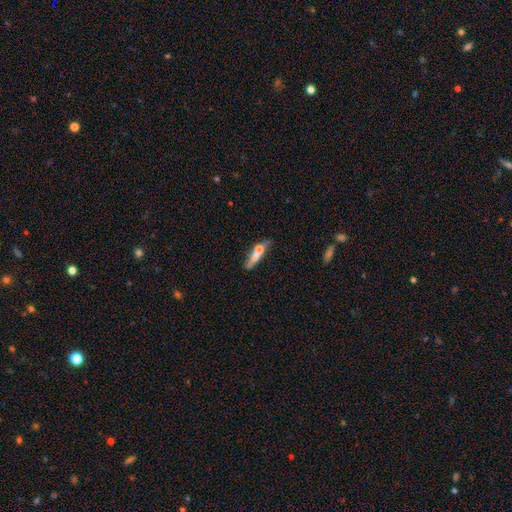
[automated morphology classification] A smooth galaxy with no disk features (53%) that is cigar-shaped (73%). Merging: none (41%).